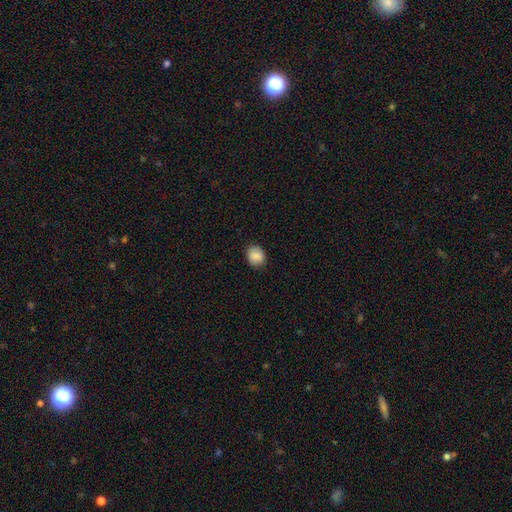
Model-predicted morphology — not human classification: Overall: smooth (88%). How rounded: round (62%; in between 37%). Merging: none (88%).